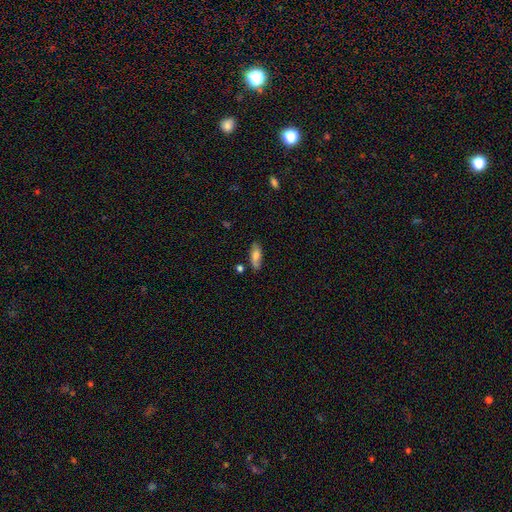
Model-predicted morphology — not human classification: Smooth or featured: smooth — 70% (featured or disk — 23%)
How rounded: in between — 74% (cigar-shaped — 23%)
Merging: none — 78% (minor disturbance — 15%)